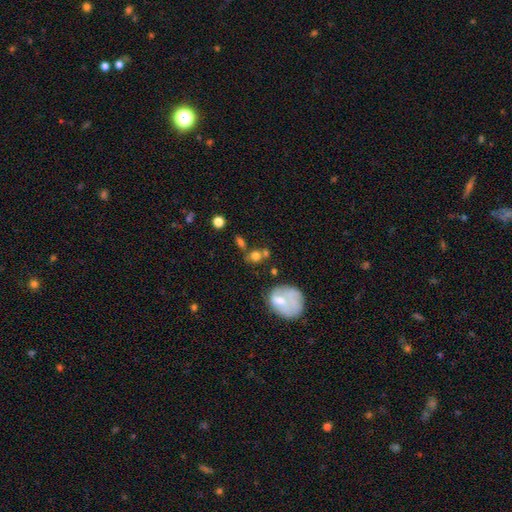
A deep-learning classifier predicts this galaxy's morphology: type=smooth (72%); roundness=round (58%); merging=none (48%).